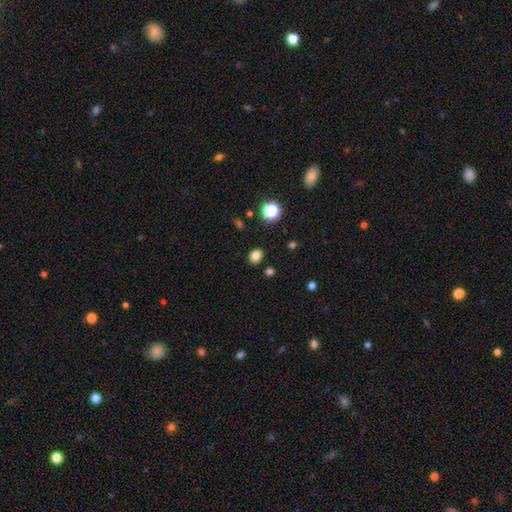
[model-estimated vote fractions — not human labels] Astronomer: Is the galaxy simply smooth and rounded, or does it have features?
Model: smooth — 81%.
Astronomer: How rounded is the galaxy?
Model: round — 51% (runner-up: in between, 48%).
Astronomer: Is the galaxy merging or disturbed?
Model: none — 87%.